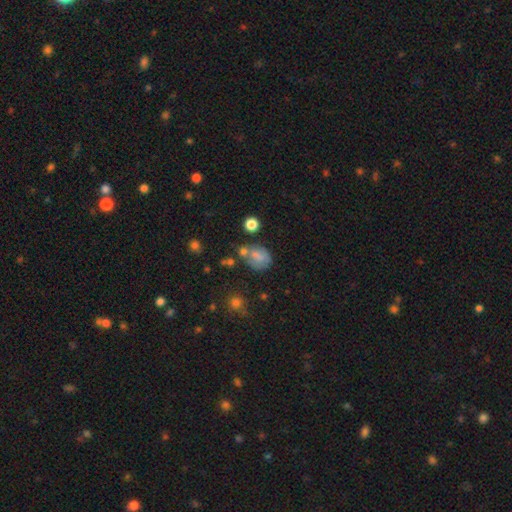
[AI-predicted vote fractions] Smooth or featured: smooth — 65% (featured or disk — 21%)
How rounded: in between — 53% (round — 46%)
Merging: none — 46% (minor disturbance — 24%)